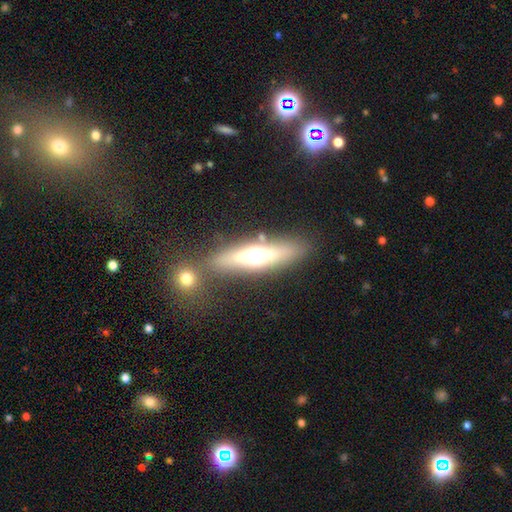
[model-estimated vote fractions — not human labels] A featured or disk galaxy (52%) viewed edge-on (81%). Merging: none (70%).